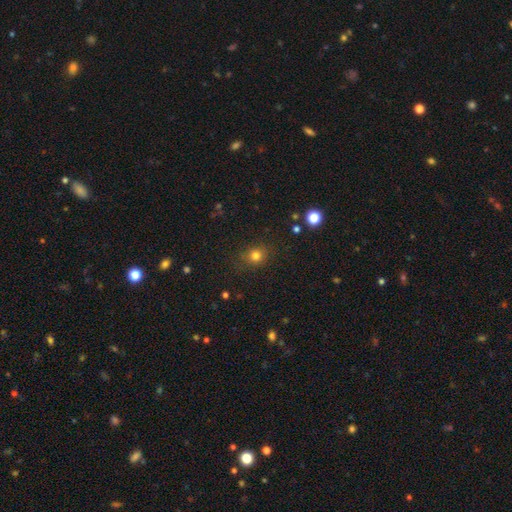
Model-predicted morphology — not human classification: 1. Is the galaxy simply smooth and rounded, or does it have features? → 79% smooth, 15% star or artifact, 6% featured or disk.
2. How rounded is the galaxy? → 77% round, 22% in between, 1% cigar-shaped.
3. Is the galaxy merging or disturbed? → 83% none, 11% minor disturbance, 4% major disturbance, 1% merger.